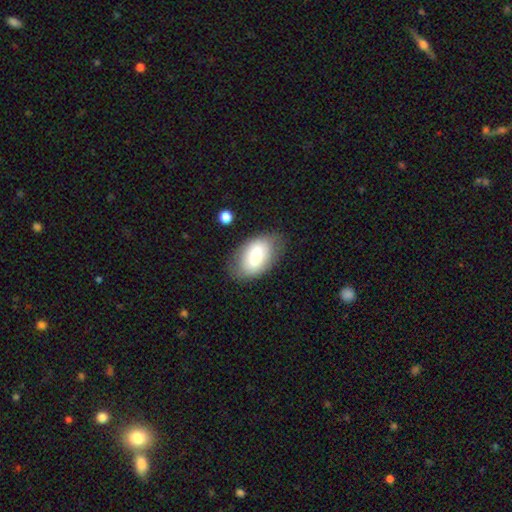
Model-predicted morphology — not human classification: smooth_or_featured: smooth (p=0.72) [alt: featured or disk p=0.21]
how_rounded: in between (p=0.93) [alt: round p=0.05]
merging: none (p=0.75) [alt: minor disturbance p=0.17]